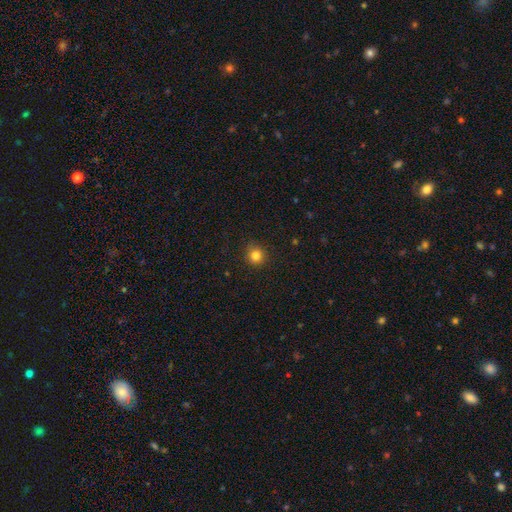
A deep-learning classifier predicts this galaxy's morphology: smooth-or-featured: smooth: 82% | star or artifact: 13% | featured or disk: 5%
  how-rounded: round: 90% | in between: 9% | cigar-shaped: 1%
  merging: none: 89% | minor disturbance: 8% | major disturbance: 2% | merger: 1%